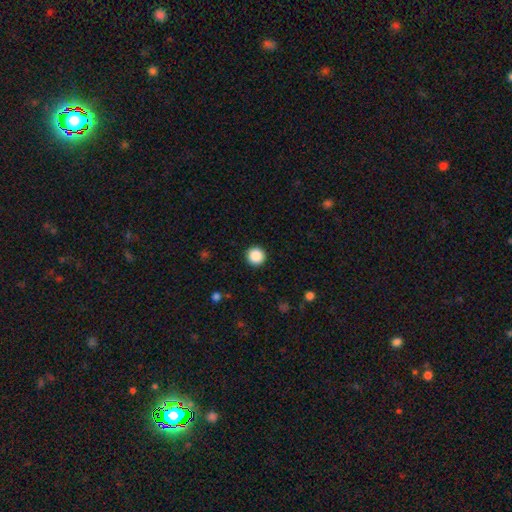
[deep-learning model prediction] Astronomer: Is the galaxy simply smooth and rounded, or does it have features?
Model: smooth — 88%.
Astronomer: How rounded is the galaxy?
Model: round — 96%.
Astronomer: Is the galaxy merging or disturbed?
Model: none — 93%.